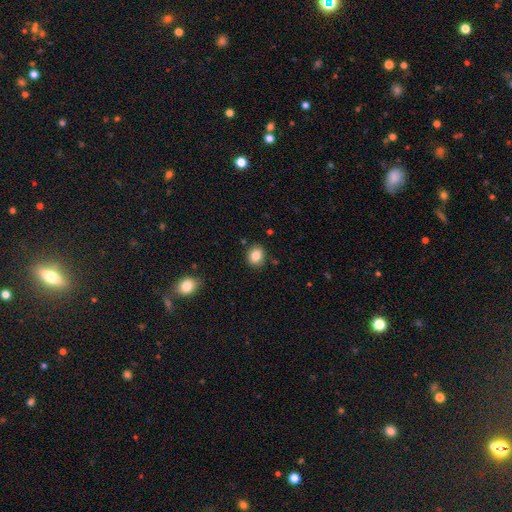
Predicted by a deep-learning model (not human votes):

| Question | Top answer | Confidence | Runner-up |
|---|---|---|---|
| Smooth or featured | smooth | 84% | star or artifact (10%) |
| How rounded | round | 65% | in between (34%) |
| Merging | none | 87% | minor disturbance (9%) |